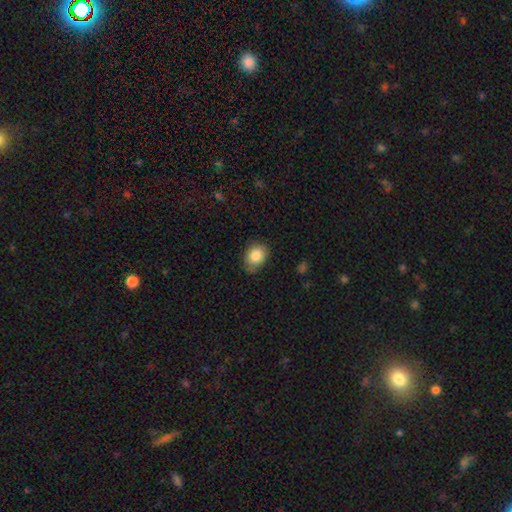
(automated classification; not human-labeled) Q: Smooth or featured?
A: smooth (84%); runner-up: star or artifact (8%)
Q: How rounded?
A: in between (60%); runner-up: round (39%)
Q: Merging?
A: none (73%); runner-up: minor disturbance (22%)